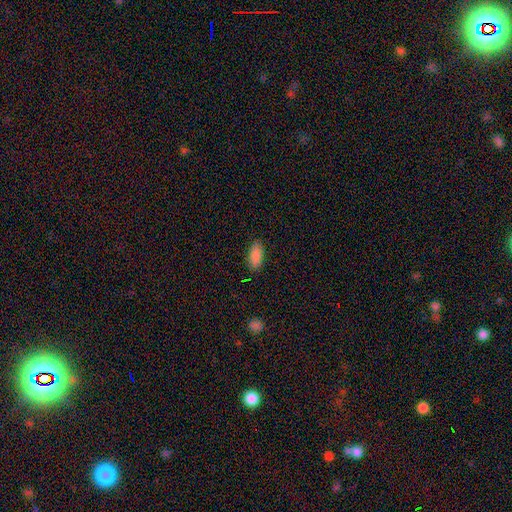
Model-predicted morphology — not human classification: smooth-or-featured: smooth: 88% | star or artifact: 8% | featured or disk: 4%
  how-rounded: in between: 89% | cigar-shaped: 9% | round: 2%
  merging: none: 86% | minor disturbance: 11% | major disturbance: 2% | merger: 1%